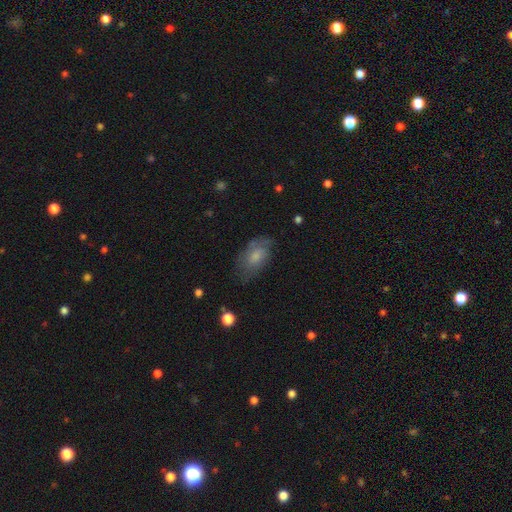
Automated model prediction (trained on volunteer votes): smooth-or-featured: smooth: 59% | featured or disk: 33% | star or artifact: 8%
  how-rounded: in between: 90% | round: 7% | cigar-shaped: 3%
  merging: none: 63% | minor disturbance: 25% | major disturbance: 10% | merger: 2%